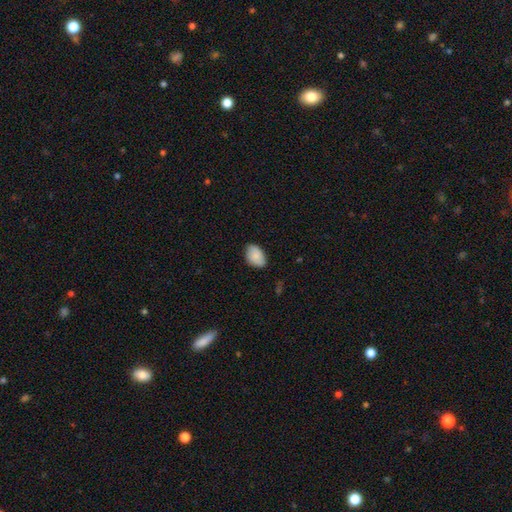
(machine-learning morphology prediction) This is clearly a smooth galaxy (87%). How rounded: clearly in between (87%). Merging: likely none (76%).